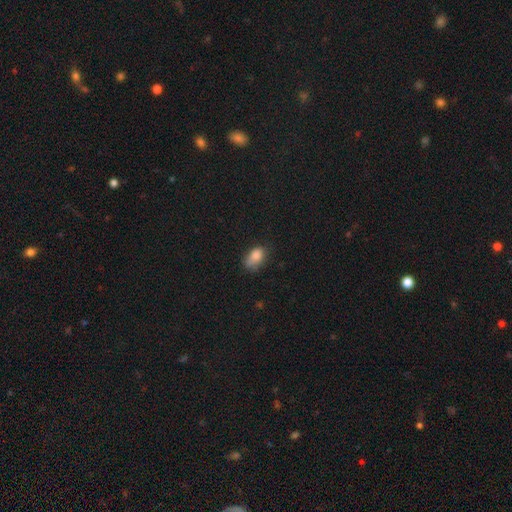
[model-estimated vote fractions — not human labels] smooth 81%, star or artifact 10%, featured or disk 10%. Down the decision tree: how rounded — in between (85%); merging — none (47%).